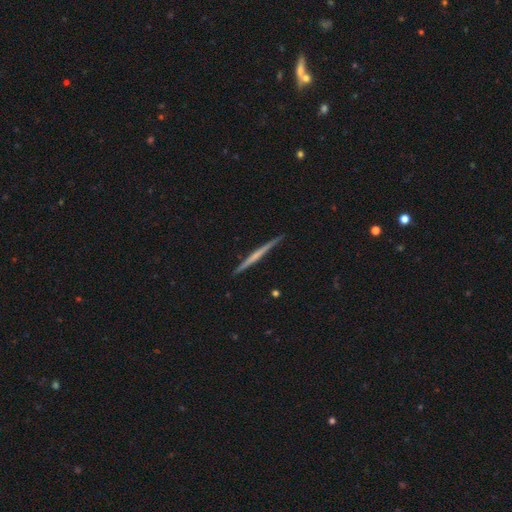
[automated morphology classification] Q: Smooth or featured?
A: featured or disk (62%); runner-up: smooth (33%)
Q: Edge-on disk?
A: yes (98%); runner-up: no (2%)
Q: Edge-on bulge?
A: none (76%); runner-up: rounded (17%)
Q: Merging?
A: none (92%); runner-up: minor disturbance (6%)